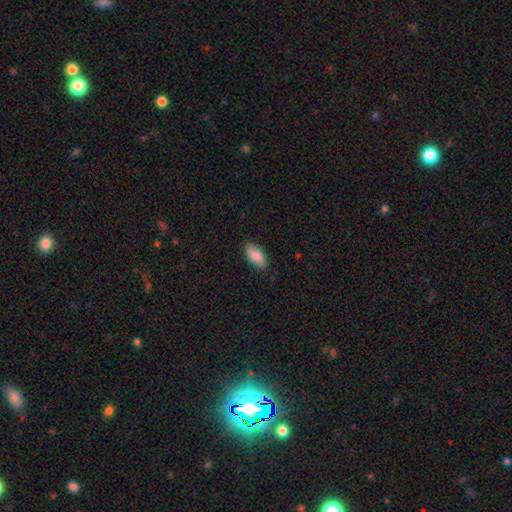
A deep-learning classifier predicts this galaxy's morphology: Smooth or featured: smooth — 86% (featured or disk — 7%)
How rounded: in between — 92% (cigar-shaped — 5%)
Merging: none — 85% (minor disturbance — 11%)